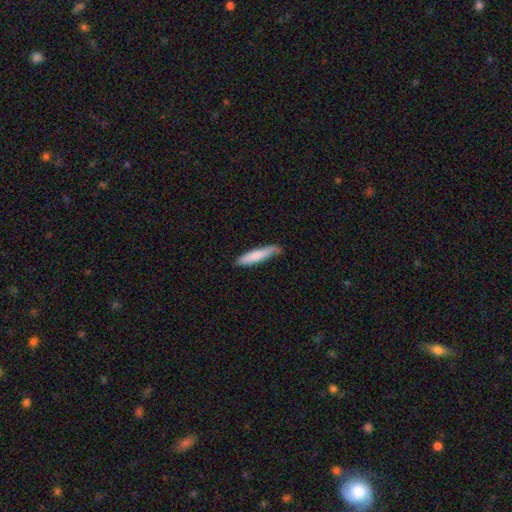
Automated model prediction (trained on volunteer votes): Smooth or featured?
  - smooth: 78% *
  - featured or disk: 17%
  - star or artifact: 5%
How rounded?
  - cigar-shaped: 88% *
  - in between: 11%
  - round: 1%
Merging?
  - none: 65% *
  - minor disturbance: 28%
  - major disturbance: 5%
  - merger: 2%